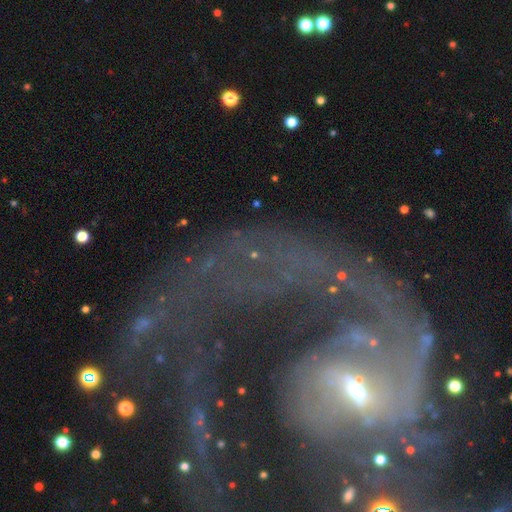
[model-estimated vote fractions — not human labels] A featured or disk galaxy (78%) with a weak bar (40%), 2 (51%) loose (41%) spiral arms (80%) and a small central bulge (44%, tied with moderate).

Vote fractions:
- Smooth or featured? featured or disk: 78% / star or artifact: 12% / smooth: 10%
- Edge-on disk? no: 96% / yes: 4%
- Bar? weak: 40% / no: 33% / strong: 27%
- Spiral arms? yes: 80% / no: 20%
- Spiral winding? loose: 41% / medium: 37% / tight: 22%
- Spiral arm count? 2: 51% / 1: 16% / can't tell: 15% / 3: 7% / 4: 6% / more than 4: 6%
- Bulge size? small: 44% (tied) / moderate: 44% (tied) / large: 6% / none: 3% / dominant: 3%
- Merging? major disturbance: 38% / none: 36% / minor disturbance: 13% / merger: 13%